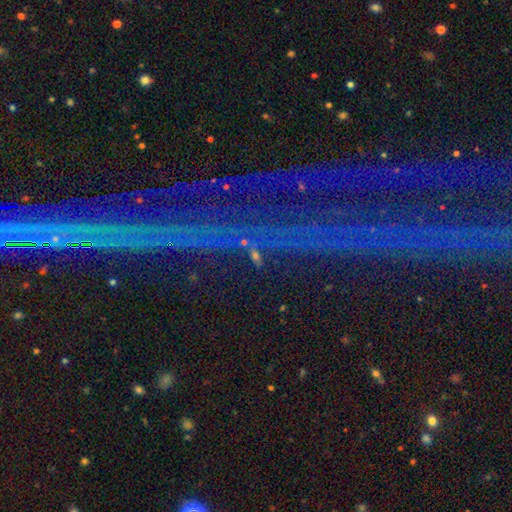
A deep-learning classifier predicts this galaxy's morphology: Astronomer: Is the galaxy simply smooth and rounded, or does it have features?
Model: star or artifact — 62%.